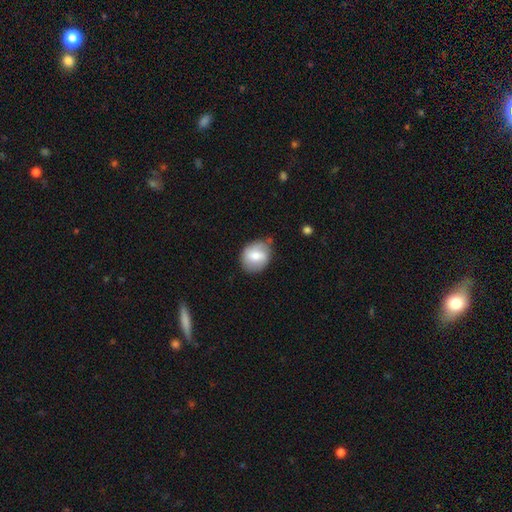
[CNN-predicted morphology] smooth 62%, featured or disk 31%, star or artifact 7%. Down the decision tree: how rounded — round (64%); merging — none (70%).